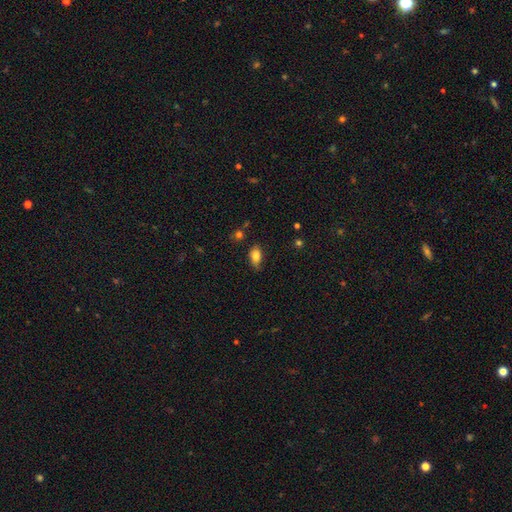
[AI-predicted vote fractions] This appears to be a smooth galaxy with no disk features (82%) that is in between round and cigar-shaped (87%). Merging: none (69%).